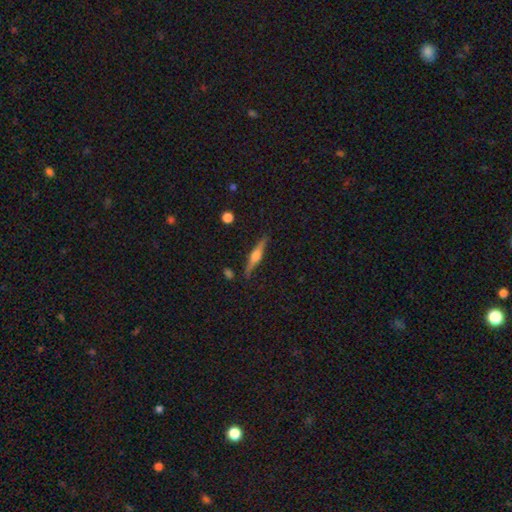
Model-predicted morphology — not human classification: A featured or disk galaxy (68%) viewed edge-on (97%) with a rounded central bulge (87%).

Vote fractions:
- Smooth or featured? featured or disk: 68% / smooth: 26% / star or artifact: 6%
- Edge-on disk? yes: 97% / no: 3%
- Edge-on bulge? rounded: 87% / boxy: 9% / none: 4%
- Merging? none: 87% / minor disturbance: 9% / major disturbance: 2% / merger: 2%